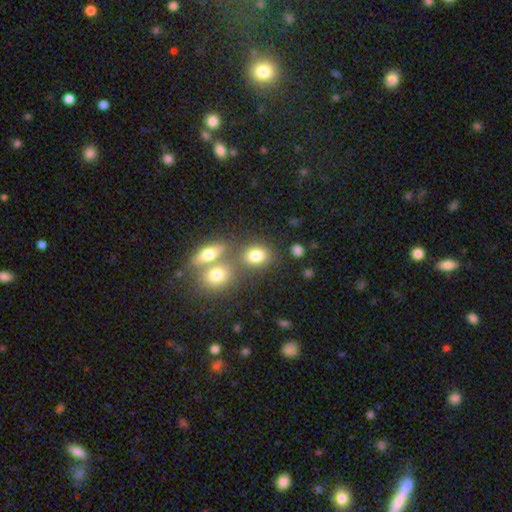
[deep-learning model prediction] A smooth galaxy with no disk features (77%) that is in between round and cigar-shaped (49%, tied with round). Merging: none (56%).